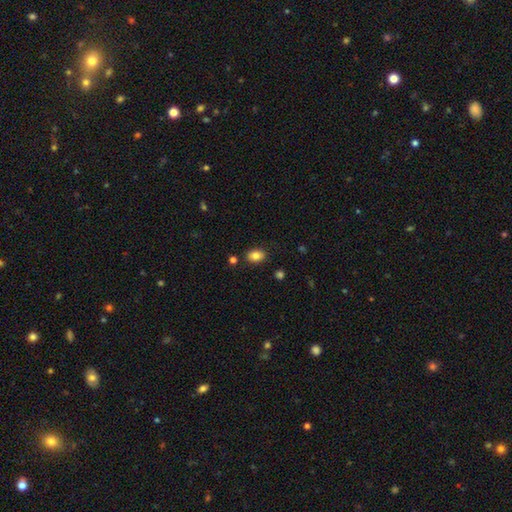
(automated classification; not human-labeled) smooth 82%, star or artifact 9%, featured or disk 8%. Down the decision tree: how rounded — in between (76%); merging — none (84%).